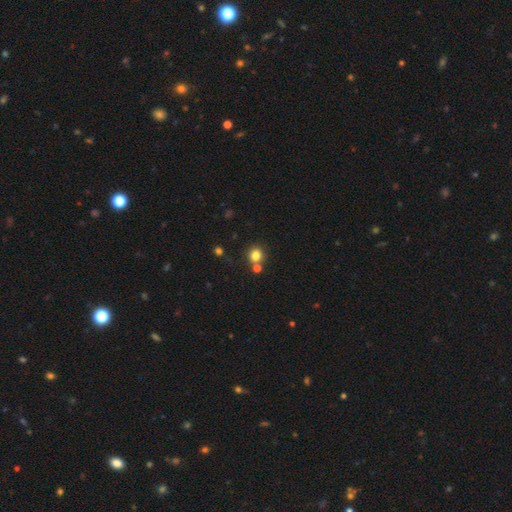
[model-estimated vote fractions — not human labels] Morphology: type=smooth (80%); roundness=round (83%); merging=none (71%).